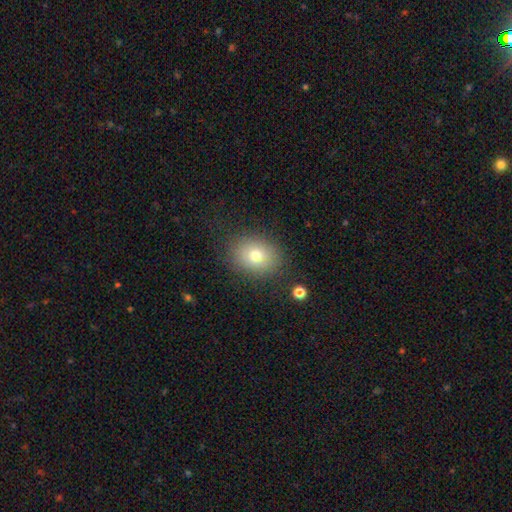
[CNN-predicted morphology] Smooth or featured? Predicted: smooth (p=0.75). How rounded? Predicted: in between (p=0.52). Merging? Predicted: none (p=0.84).